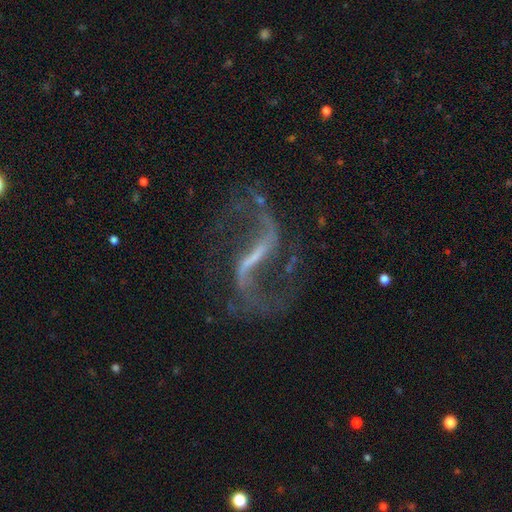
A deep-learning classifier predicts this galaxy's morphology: Q: Smooth or featured?
A: featured or disk (91%); runner-up: star or artifact (6%)
Q: Edge-on disk?
A: no (97%); runner-up: yes (3%)
Q: Bar?
A: strong (61%); runner-up: weak (30%)
Q: Spiral arms?
A: yes (96%); runner-up: no (4%)
Q: Spiral winding?
A: loose (82%); runner-up: medium (14%)
Q: Spiral arm count?
A: 2 (94%); runner-up: 1 (2%)
Q: Bulge size?
A: none (49%); runner-up: small (39%)
Q: Merging?
A: none (72%); runner-up: major disturbance (13%)